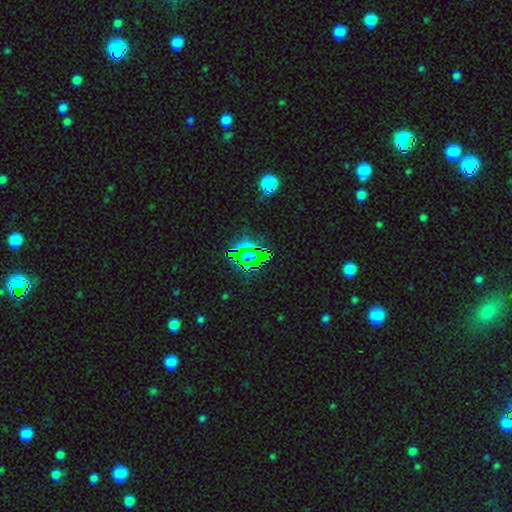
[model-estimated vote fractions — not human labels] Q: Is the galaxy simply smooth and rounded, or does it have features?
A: star or artifact — 75%.